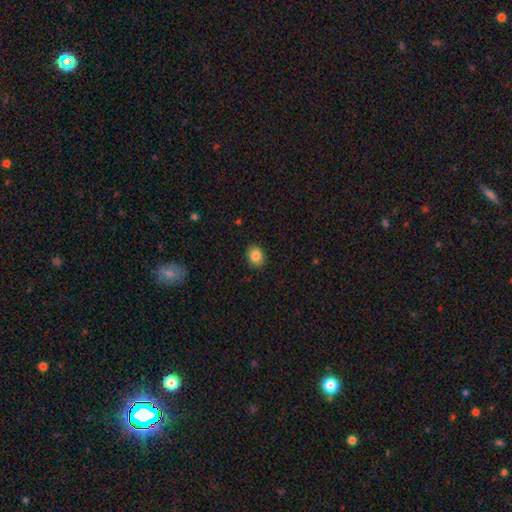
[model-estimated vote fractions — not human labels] Smooth or featured? Predicted: smooth (p=0.85). How rounded? Predicted: round (p=0.53). Merging? Predicted: none (p=0.87).